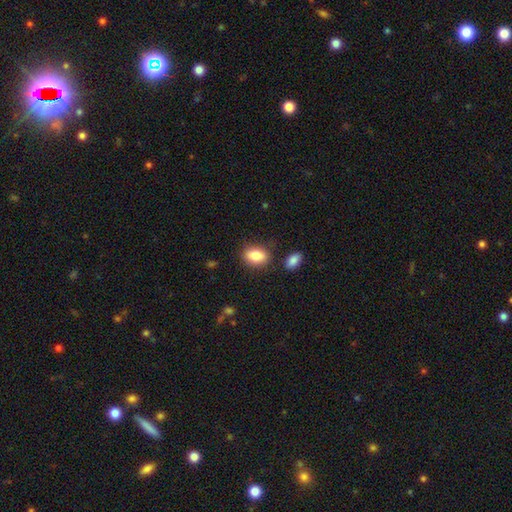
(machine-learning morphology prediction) A smooth galaxy with no disk features (84%) that is in between round and cigar-shaped (83%). Merging: none (80%).